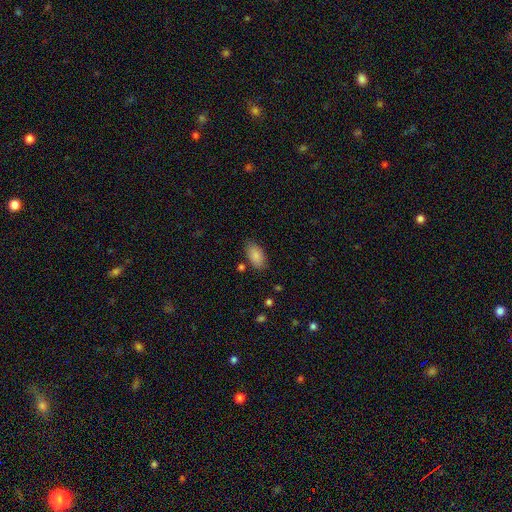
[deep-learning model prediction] This appears to be a smooth galaxy with no disk features (86%) that is in between round and cigar-shaped (93%). Merging: none (81%).